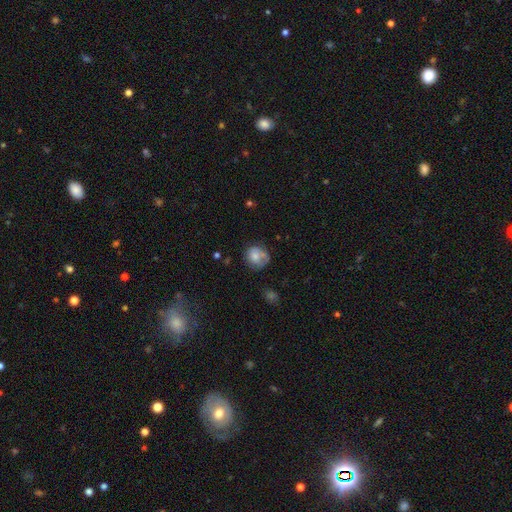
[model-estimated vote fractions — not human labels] Smooth or featured?
  - smooth: 71% *
  - featured or disk: 20%
  - star or artifact: 9%
How rounded?
  - round: 79% *
  - in between: 20%
  - cigar-shaped: 1%
Merging?
  - none: 58% *
  - minor disturbance: 27%
  - major disturbance: 11%
  - merger: 5%